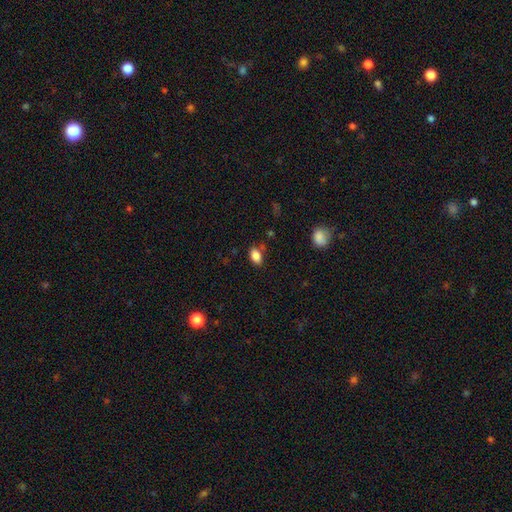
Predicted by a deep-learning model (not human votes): Morphology: type=smooth (86%); roundness=in between (88%); merging=none (77%).